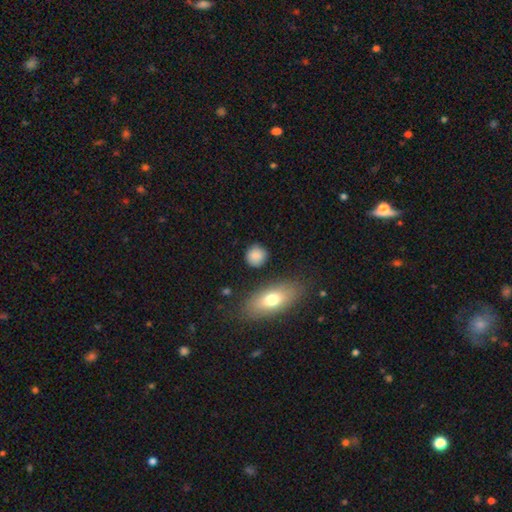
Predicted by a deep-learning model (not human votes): This is clearly a smooth galaxy (85%). How rounded: clearly round (81%). Merging: clearly none (81%).